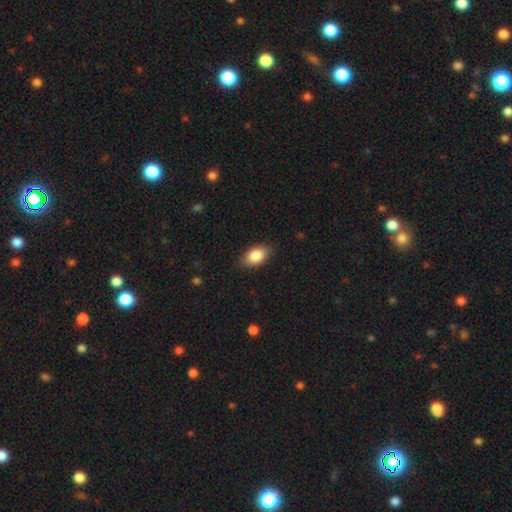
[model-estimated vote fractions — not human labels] This appears to be a smooth galaxy with no disk features (87%) that is in between round and cigar-shaped (92%). Merging: none (84%).